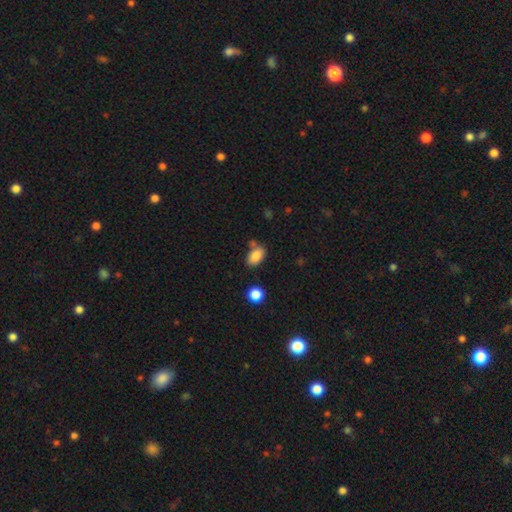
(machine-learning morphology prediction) smooth_or_featured: smooth (p=0.85) [alt: star or artifact p=0.09]
how_rounded: in between (p=0.89) [alt: round p=0.09]
merging: none (p=0.61) [alt: minor disturbance p=0.20]